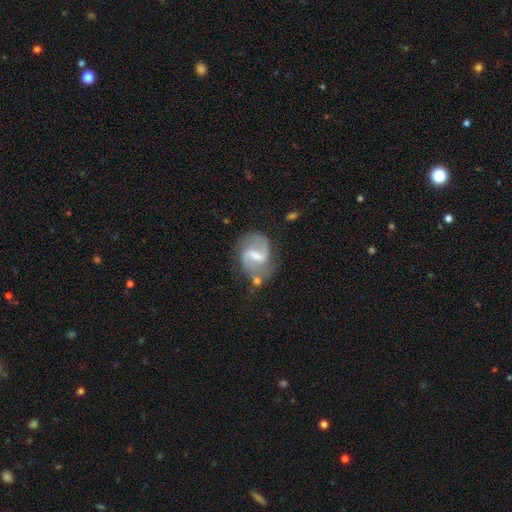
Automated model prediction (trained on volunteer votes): Smooth or featured: featured or disk — 82% (smooth — 12%)
Edge-on disk: no — 98% (yes — 2%)
Bar: weak — 46% (strong — 45%)
Spiral arms: yes — 92% (no — 8%)
Spiral winding: medium — 46% (loose — 41%)
Spiral arm count: 2 — 90% (can't tell — 4%)
Bulge size: small — 39% (moderate — 36%)
Merging: none — 65% (minor disturbance — 19%)